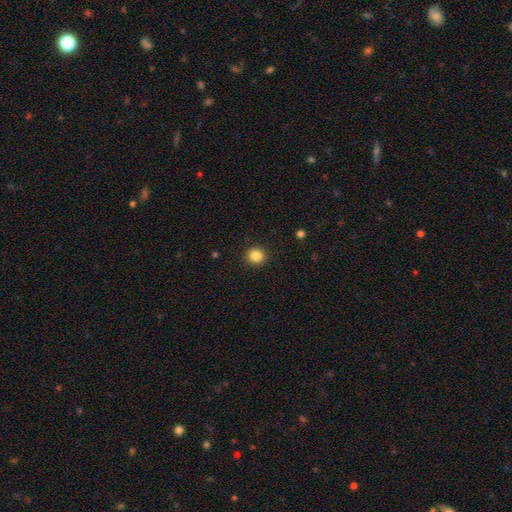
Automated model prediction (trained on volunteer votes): This is clearly a smooth galaxy (85%). How rounded: clearly round (90%). Merging: clearly none (92%).